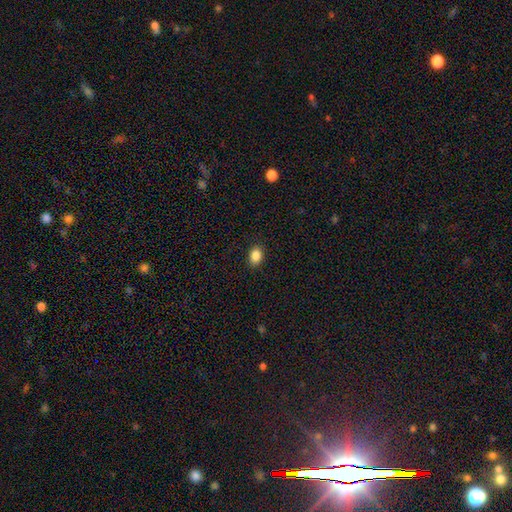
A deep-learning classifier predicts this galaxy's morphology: Smooth or featured: smooth — 87% (star or artifact — 9%)
How rounded: in between — 73% (round — 25%)
Merging: none — 89% (minor disturbance — 8%)